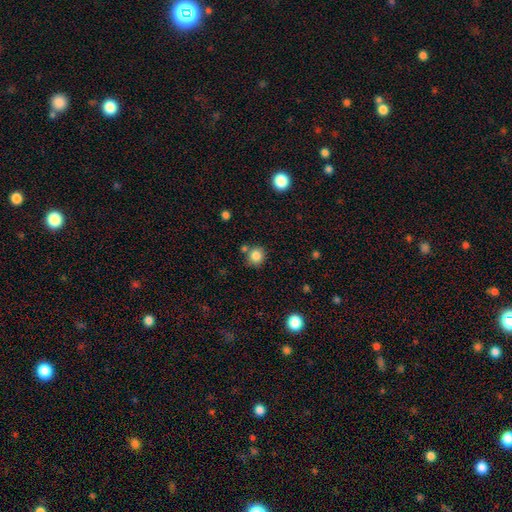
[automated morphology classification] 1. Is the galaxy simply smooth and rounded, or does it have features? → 84% smooth, 11% star or artifact, 5% featured or disk.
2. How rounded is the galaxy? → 87% round, 12% in between, 1% cigar-shaped.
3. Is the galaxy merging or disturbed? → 75% none, 11% merger, 11% minor disturbance, 3% major disturbance.